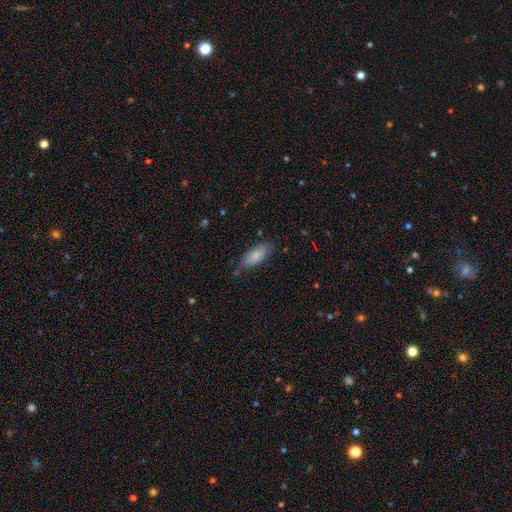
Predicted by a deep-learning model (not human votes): This is likely a smooth galaxy (79%). How rounded: clearly in between (82%). Merging: likely none (69%).